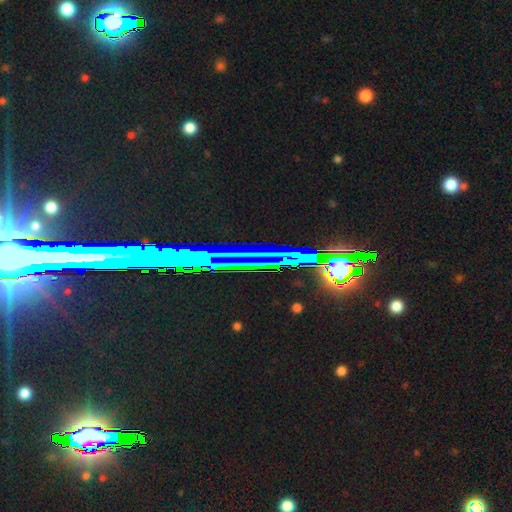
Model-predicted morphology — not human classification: Smooth or featured? Predicted: star or artifact (p=0.75).